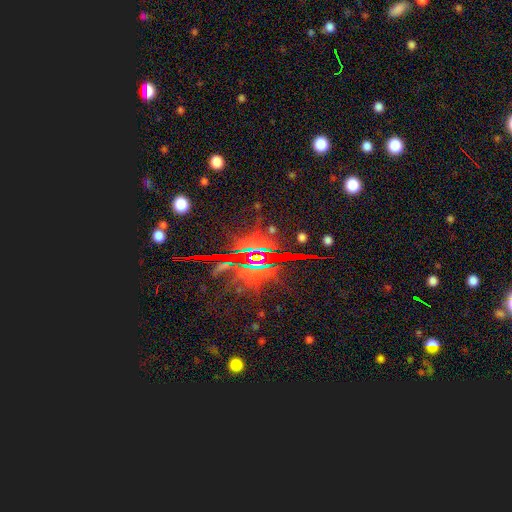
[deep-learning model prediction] A star or artifact, not a galaxy (80%).